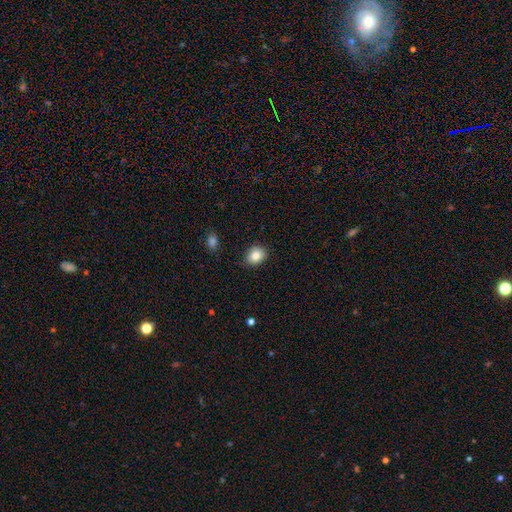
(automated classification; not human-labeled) smooth 83%, star or artifact 9%, featured or disk 8%. Down the decision tree: how rounded — round (55%); merging — none (84%).